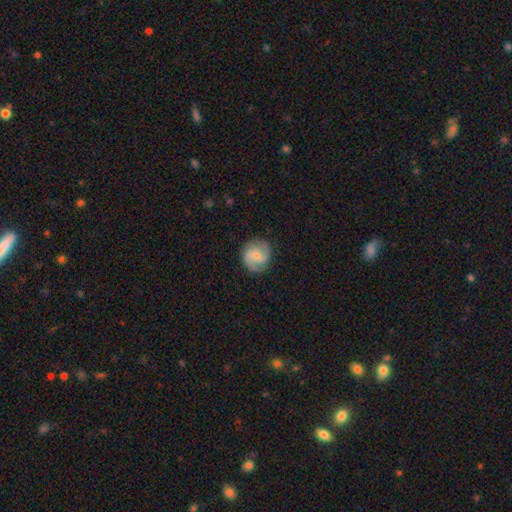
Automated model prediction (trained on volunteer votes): Overall: featured or disk (69%). Edge-on disk: no (98%). Bar: no (55%; weak 38%). Spiral arms: yes (95%). Spiral arm count: 2 (73%). Spiral winding: medium (48%; tight 35%). Bulge size: small (65%). Merging: none (83%).